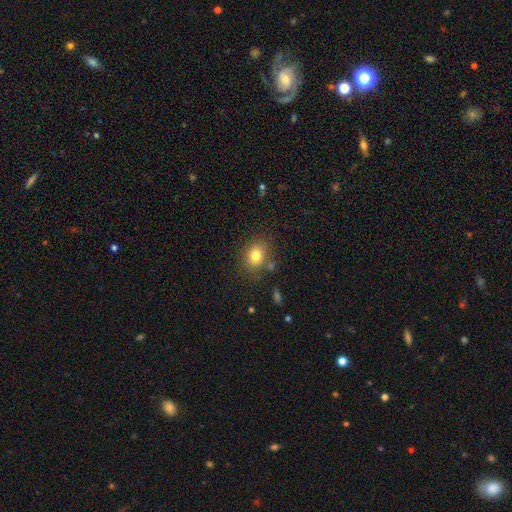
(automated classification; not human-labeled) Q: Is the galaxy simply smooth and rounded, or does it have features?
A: smooth — 79%.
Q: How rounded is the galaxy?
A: in between — 50%.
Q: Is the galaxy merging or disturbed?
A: none — 77%.